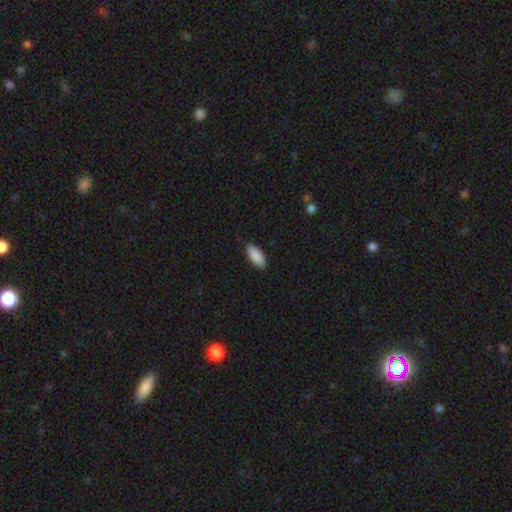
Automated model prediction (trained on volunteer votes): A smooth galaxy with no disk features (90%) that is in between round and cigar-shaped (86%).

Vote fractions:
- Smooth or featured? smooth: 90% / star or artifact: 6% / featured or disk: 4%
- How rounded? in between: 86% / cigar-shaped: 13% / round: 2%
- Merging? none: 86% / minor disturbance: 11% / major disturbance: 2% / merger: 1%